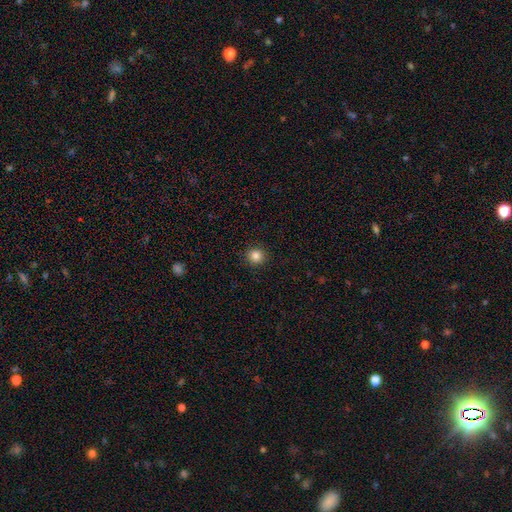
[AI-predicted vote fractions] Overall: smooth (84%). How rounded: round (93%). Merging: none (92%).